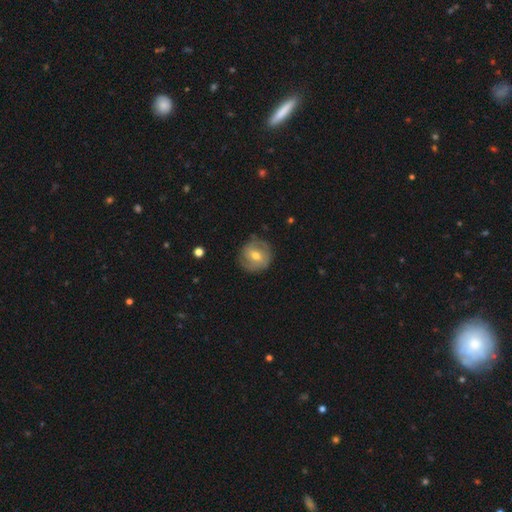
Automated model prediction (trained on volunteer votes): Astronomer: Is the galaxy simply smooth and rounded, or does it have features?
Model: featured or disk — 55% (runner-up: smooth, 38%).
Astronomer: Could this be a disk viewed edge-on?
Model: no — 96%.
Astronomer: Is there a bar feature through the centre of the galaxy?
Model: weak — 49% (runner-up: no, 33%).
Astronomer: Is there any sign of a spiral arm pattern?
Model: yes — 66%.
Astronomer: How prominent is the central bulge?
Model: moderate — 67%.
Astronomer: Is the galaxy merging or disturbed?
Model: none — 79%.